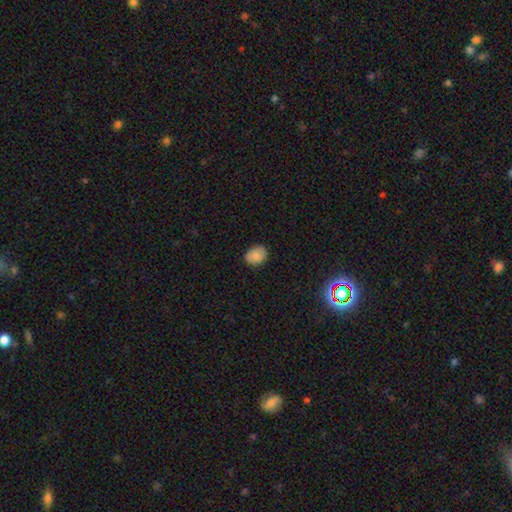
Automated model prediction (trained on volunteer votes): Smooth or featured? smooth (84%)
How rounded? in between (61%)
Merging? none (83%)